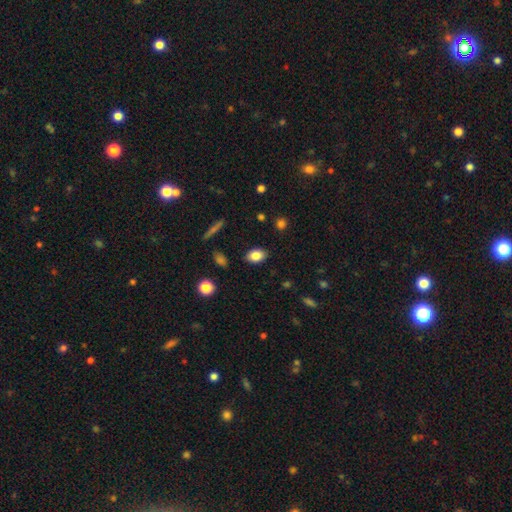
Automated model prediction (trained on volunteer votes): smooth 83%, star or artifact 9%, featured or disk 8%. Down the decision tree: how rounded — in between (85%); merging — none (86%).